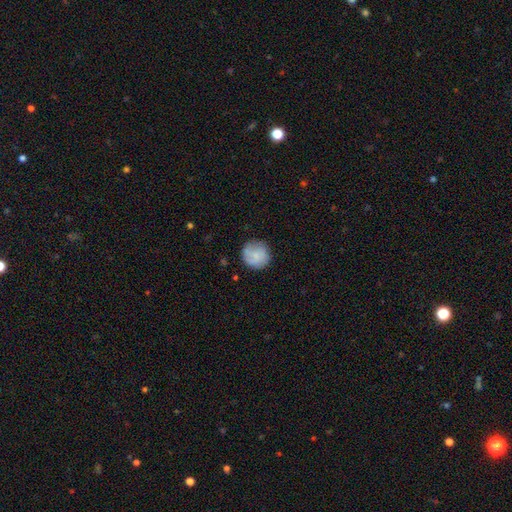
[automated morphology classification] A smooth galaxy with no disk features (74%) that is round (94%).

Vote fractions:
- Smooth or featured? smooth: 74% / featured or disk: 19% / star or artifact: 7%
- How rounded? round: 94% / in between: 5% / cigar-shaped: 1%
- Merging? none: 80% / minor disturbance: 14% / major disturbance: 4% / merger: 1%